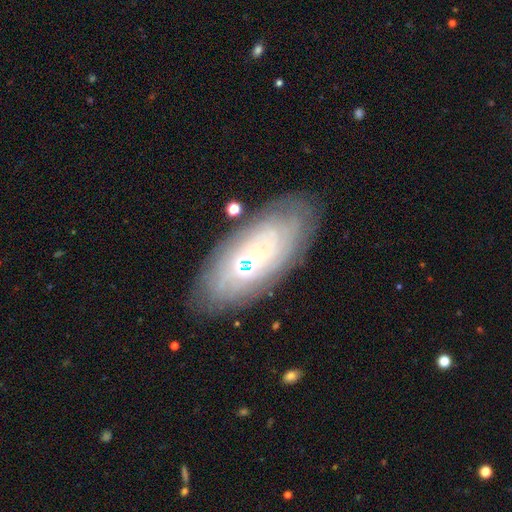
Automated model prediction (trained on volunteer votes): This is likely a featured or disk galaxy (66%). It is clearly not viewed edge-on (89%). Bar: likely no (80%). Spiral arm pattern: likely yes (73%). Central bulge: likely small (72%). Merging: likely none (76%).